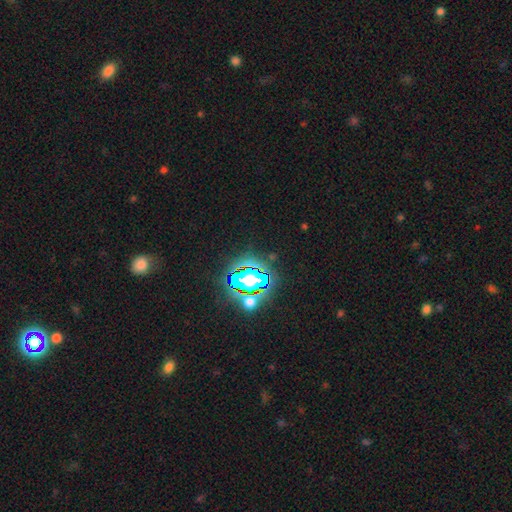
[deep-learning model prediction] smooth_or_featured: star or artifact (p=0.83) [alt: smooth p=0.10]